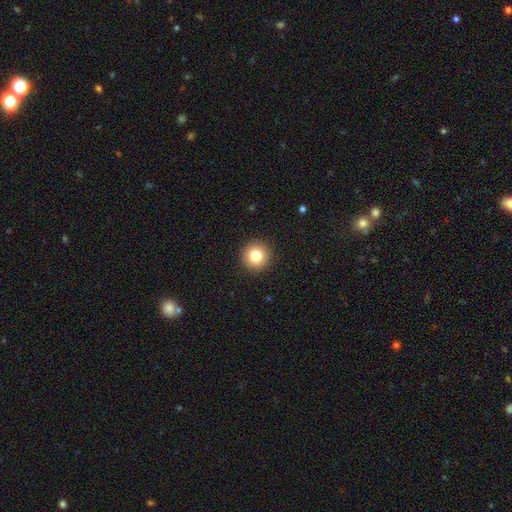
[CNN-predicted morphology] Q: Smooth or featured?
A: smooth (82%); runner-up: star or artifact (10%)
Q: How rounded?
A: round (95%); runner-up: in between (4%)
Q: Merging?
A: none (93%); runner-up: minor disturbance (5%)